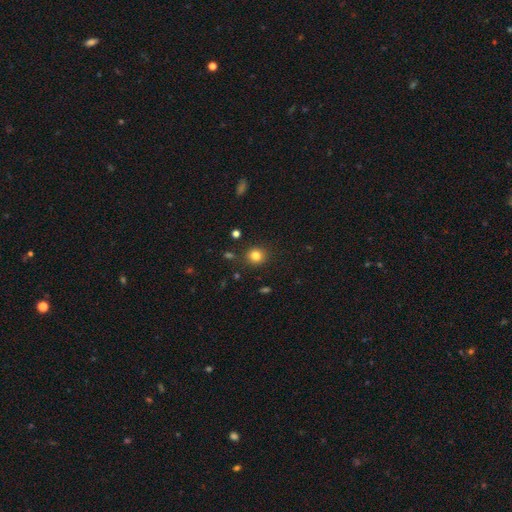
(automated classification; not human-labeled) This appears to be a smooth galaxy with no disk features (81%) that is round (87%). Merging: none (87%).